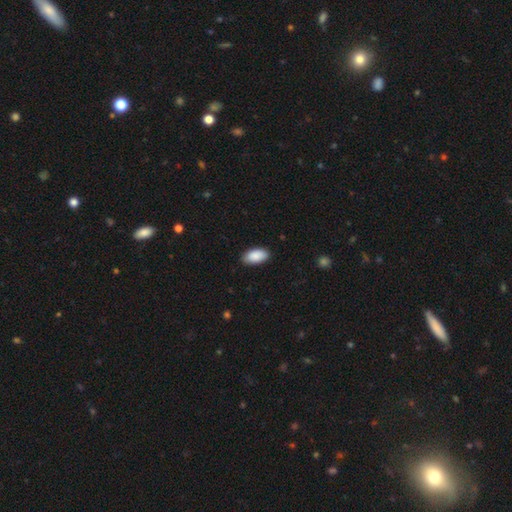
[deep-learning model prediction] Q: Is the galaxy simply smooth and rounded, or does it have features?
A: smooth — 90%.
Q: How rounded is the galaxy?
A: in between — 95%.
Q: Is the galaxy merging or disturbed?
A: none — 87%.